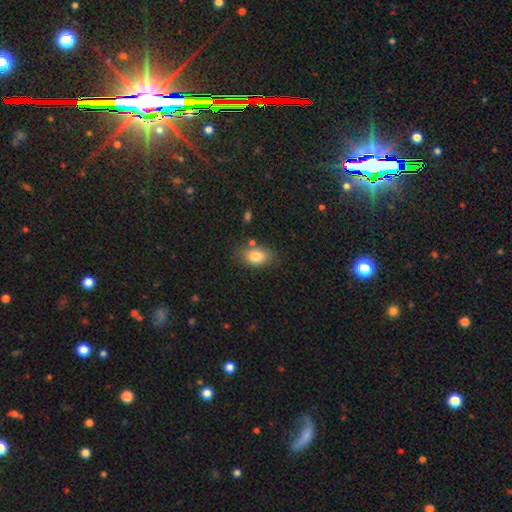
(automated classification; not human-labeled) A smooth galaxy with no disk features (81%) that is in between round and cigar-shaped (82%). Merging: none (74%).